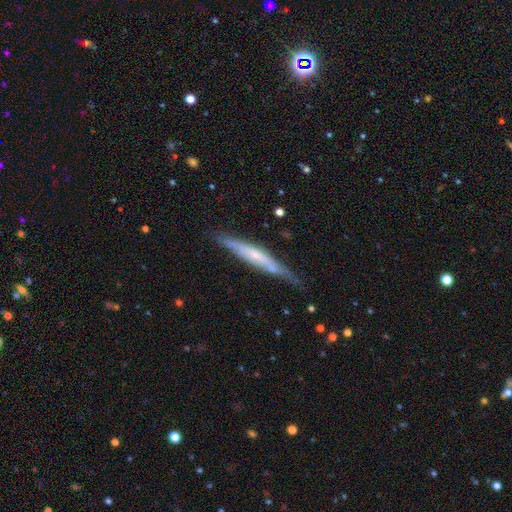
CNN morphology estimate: Overall: featured or disk (61%; smooth 32%). Edge-on disk: yes (91%). Edge-on bulge: none (50%; rounded 35%). Merging: none (76%).